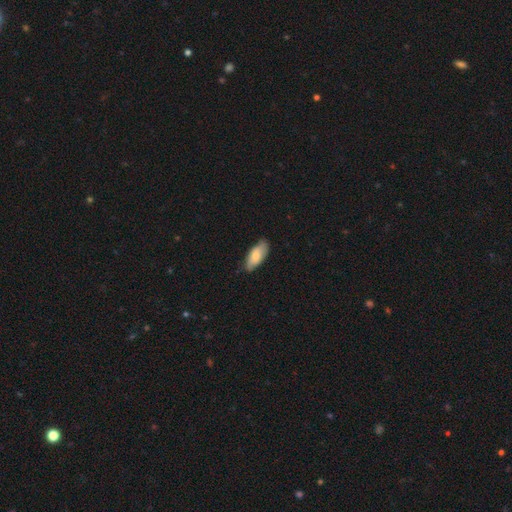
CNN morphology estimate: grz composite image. It shows a smooth galaxy with no disk features (70%) that is in between round and cigar-shaped (84%). Merging: none (72%).